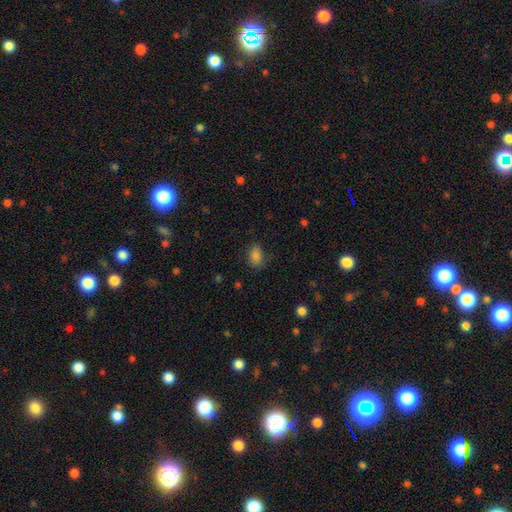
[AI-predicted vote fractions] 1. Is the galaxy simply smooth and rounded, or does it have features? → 84% smooth, 11% star or artifact, 6% featured or disk.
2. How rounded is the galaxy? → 74% in between, 25% round, 1% cigar-shaped.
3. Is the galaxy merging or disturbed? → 73% none, 20% minor disturbance, 6% major disturbance, 1% merger.